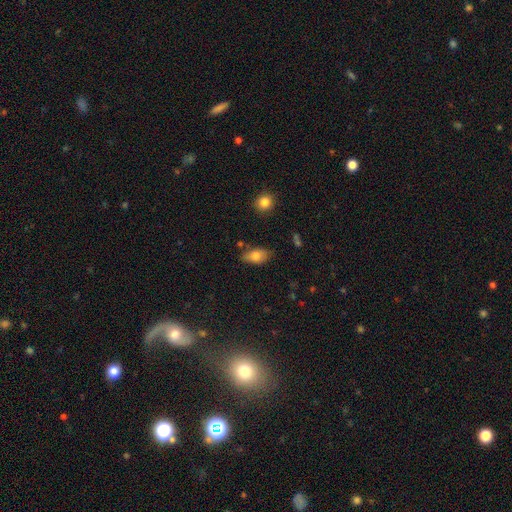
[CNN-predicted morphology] A smooth galaxy with no disk features (80%) that is in between round and cigar-shaped (90%).

Vote fractions:
- Smooth or featured? smooth: 80% / featured or disk: 12% / star or artifact: 8%
- How rounded? in between: 90% / cigar-shaped: 5% / round: 5%
- Merging? none: 77% / minor disturbance: 16% / major disturbance: 3% / merger: 3%